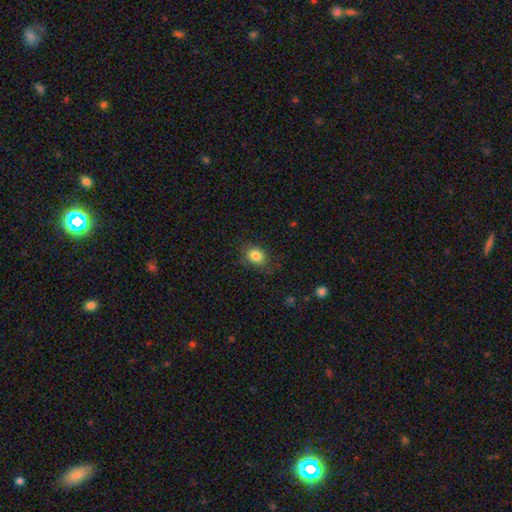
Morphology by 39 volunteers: A smooth galaxy with no disk features (87%) that is round (50%, tied with in between). Merging: none (95%).